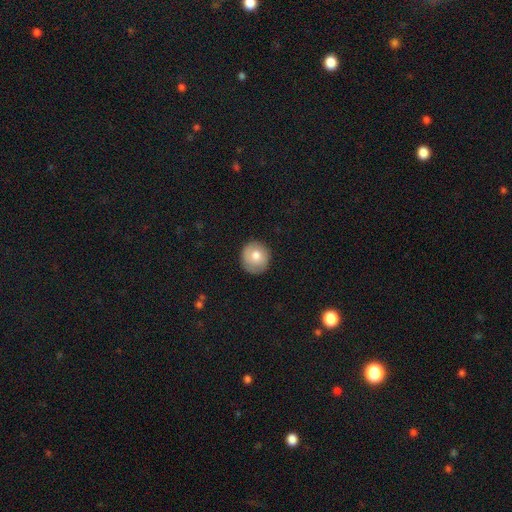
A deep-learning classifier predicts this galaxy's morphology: Overall: smooth (73%). How rounded: round (89%). Merging: none (85%).